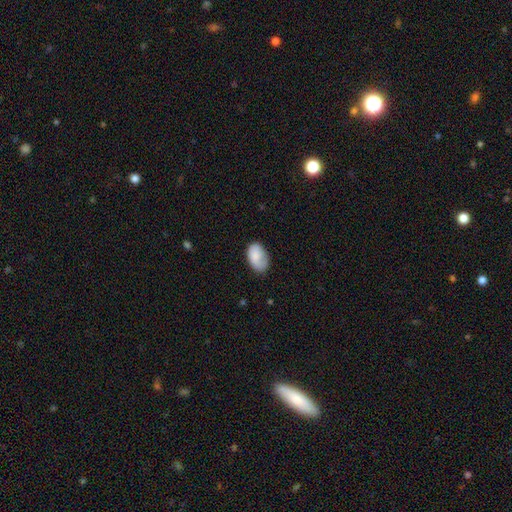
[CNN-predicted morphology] Overall: smooth (82%). How rounded: in between (92%). Merging: none (65%; minor disturbance 26%).